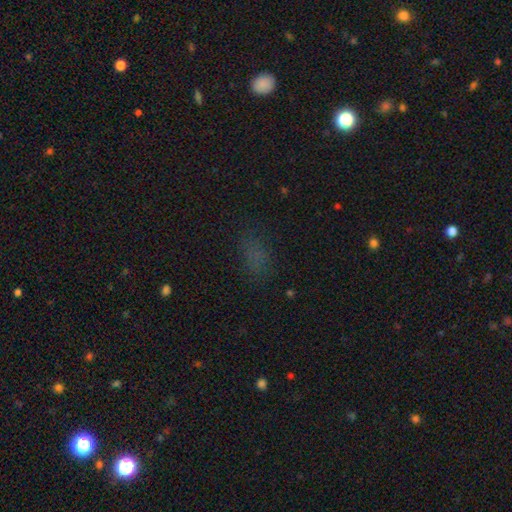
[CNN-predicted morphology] Q: Smooth or featured?
A: smooth (62%); runner-up: star or artifact (29%)
Q: How rounded?
A: in between (80%); runner-up: round (14%)
Q: Merging?
A: none (74%); runner-up: minor disturbance (16%)